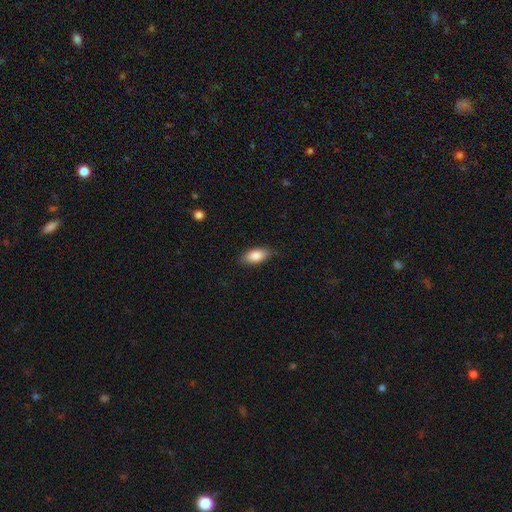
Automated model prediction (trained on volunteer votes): smooth_or_featured: smooth (p=0.84) [alt: featured or disk p=0.09]
how_rounded: in between (p=0.89) [alt: cigar-shaped p=0.08]
merging: none (p=0.81) [alt: minor disturbance p=0.15]